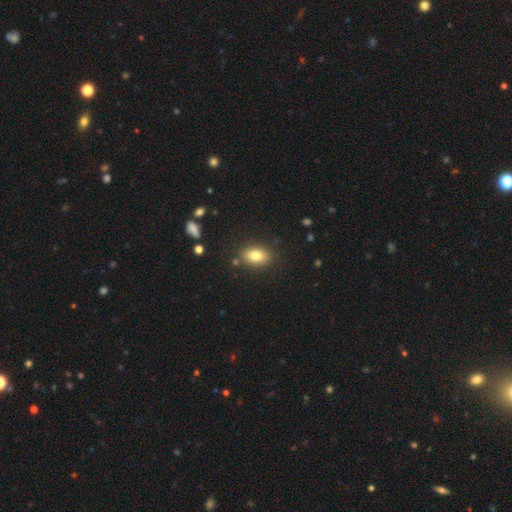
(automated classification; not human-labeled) Smooth or featured? smooth (80%)
How rounded? in between (85%)
Merging? none (84%)